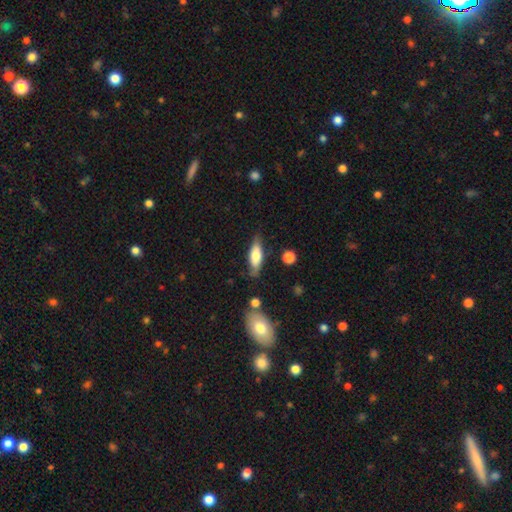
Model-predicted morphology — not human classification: Q: Smooth or featured?
A: smooth (65%); runner-up: featured or disk (29%)
Q: How rounded?
A: in between (61%); runner-up: cigar-shaped (37%)
Q: Merging?
A: none (72%); runner-up: minor disturbance (20%)